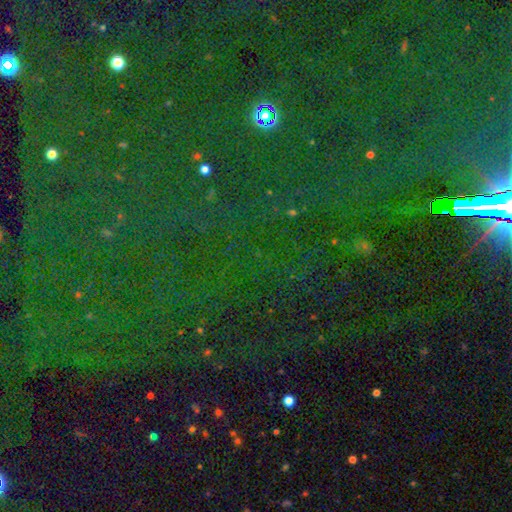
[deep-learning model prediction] This is clearly a star or artifact rather than a galaxy (86%).